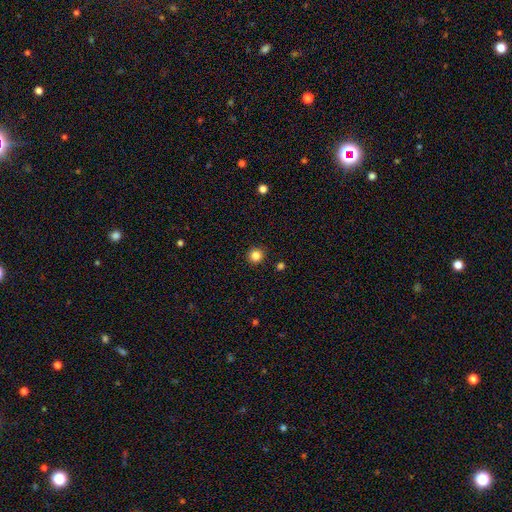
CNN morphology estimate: A smooth galaxy with no disk features (84%) that is round (95%). Merging: none (93%).